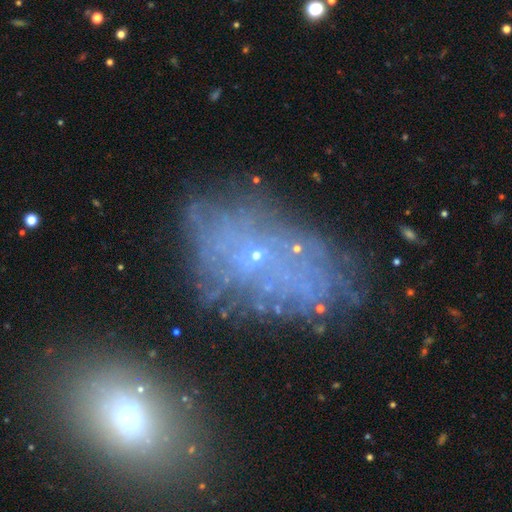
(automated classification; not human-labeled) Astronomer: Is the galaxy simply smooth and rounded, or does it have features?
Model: featured or disk — 53%.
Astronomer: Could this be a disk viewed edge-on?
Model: no — 94%.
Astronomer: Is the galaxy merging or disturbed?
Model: none — 60%.